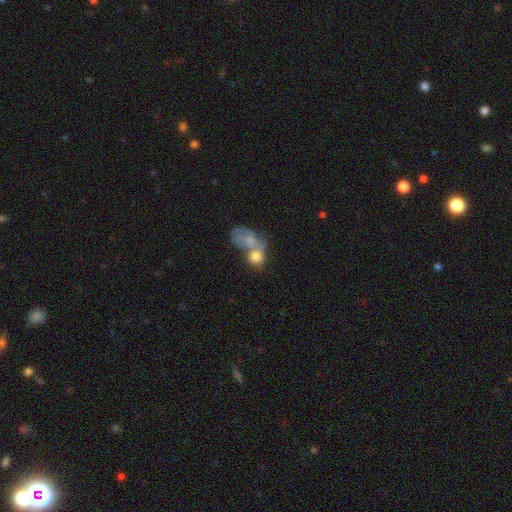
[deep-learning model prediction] A smooth galaxy with no disk features (71%) that is round (58%). Merging: merger (61%).